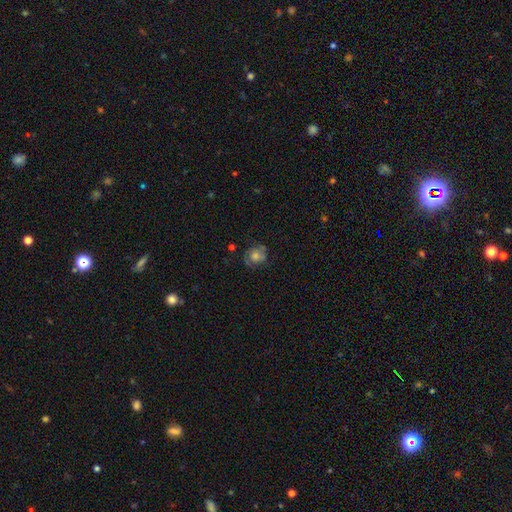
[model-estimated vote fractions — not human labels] Smooth or featured? smooth (50%)
Merging? none (68%)